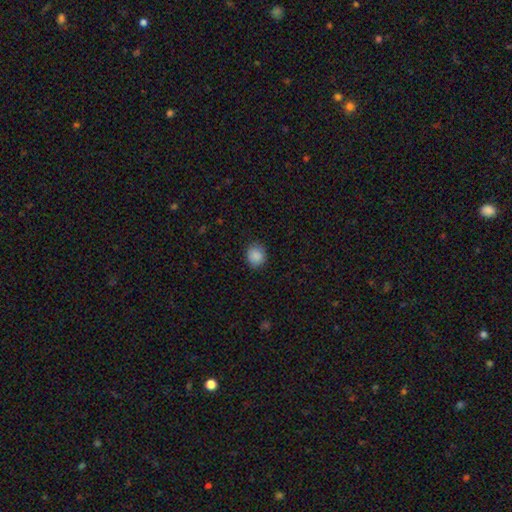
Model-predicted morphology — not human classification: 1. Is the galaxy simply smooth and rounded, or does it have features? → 88% smooth, 8% star or artifact, 3% featured or disk.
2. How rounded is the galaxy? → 80% round, 19% in between, 1% cigar-shaped.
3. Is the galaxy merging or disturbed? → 88% none, 9% minor disturbance, 2% major disturbance, 1% merger.